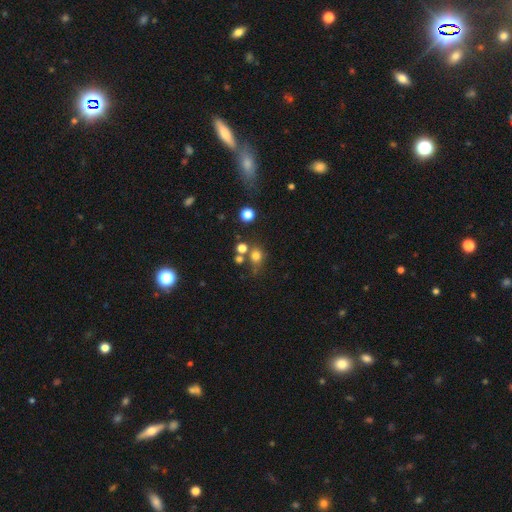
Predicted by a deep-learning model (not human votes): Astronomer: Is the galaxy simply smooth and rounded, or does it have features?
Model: smooth — 73%.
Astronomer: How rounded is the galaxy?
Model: round — 77%.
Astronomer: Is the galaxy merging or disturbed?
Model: none — 60%.